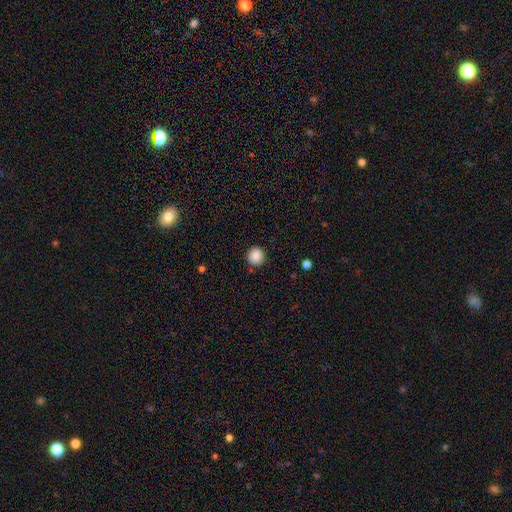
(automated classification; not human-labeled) Smooth or featured? Predicted: smooth (p=0.88). How rounded? Predicted: round (p=0.94). Merging? Predicted: none (p=0.91).